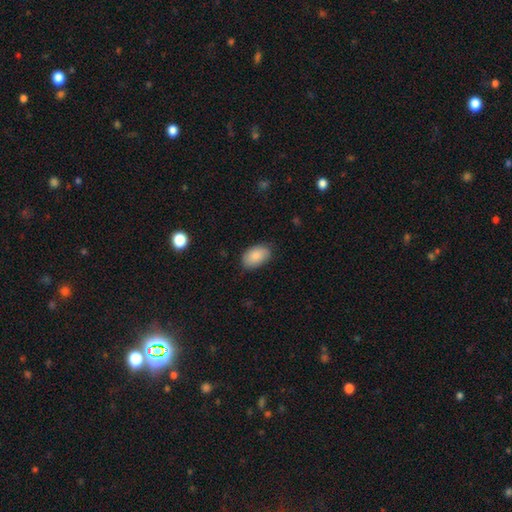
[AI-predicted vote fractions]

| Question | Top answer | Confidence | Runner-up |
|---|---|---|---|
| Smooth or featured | smooth | 87% | featured or disk (7%) |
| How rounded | in between | 92% | round (6%) |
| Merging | none | 80% | minor disturbance (16%) |